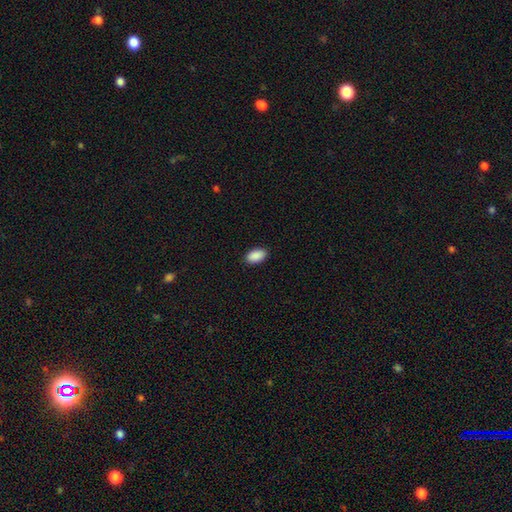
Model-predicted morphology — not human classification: A smooth galaxy with no disk features (91%) that is in between round and cigar-shaped (94%).

Vote fractions:
- Smooth or featured? smooth: 91% / star or artifact: 7% / featured or disk: 2%
- How rounded? in between: 94% / round: 4% / cigar-shaped: 2%
- Merging? none: 90% / minor disturbance: 7% / major disturbance: 2% / merger: 1%